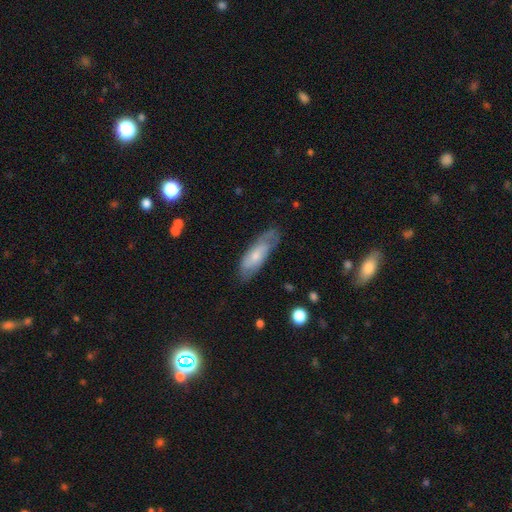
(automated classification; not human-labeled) A smooth galaxy with no disk features (48%). Merging: none (66%).